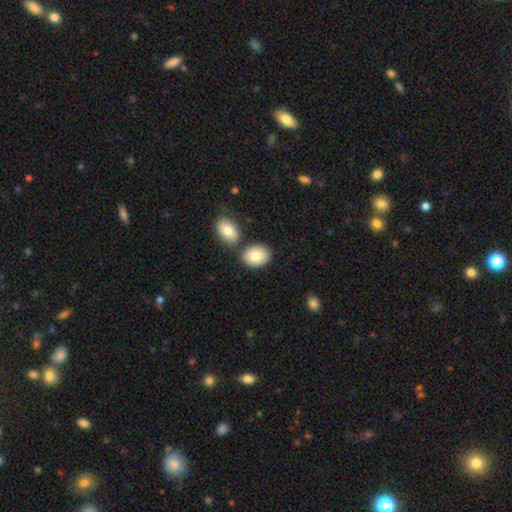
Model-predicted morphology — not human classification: Smooth or featured? smooth (82%)
How rounded? in between (69%)
Merging? none (69%)